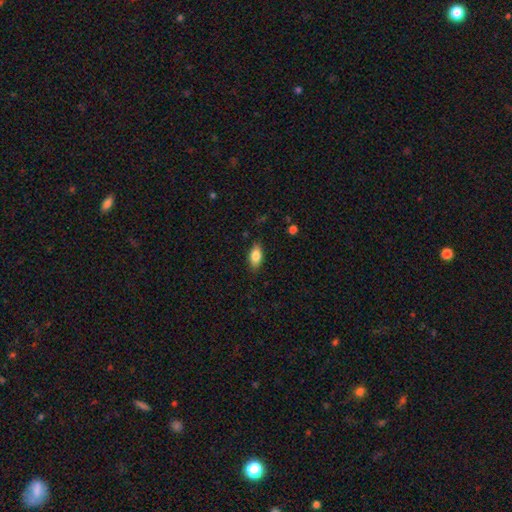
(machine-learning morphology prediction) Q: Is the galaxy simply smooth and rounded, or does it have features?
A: smooth — 83%.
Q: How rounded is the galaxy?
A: in between — 88%.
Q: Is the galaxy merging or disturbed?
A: none — 84%.